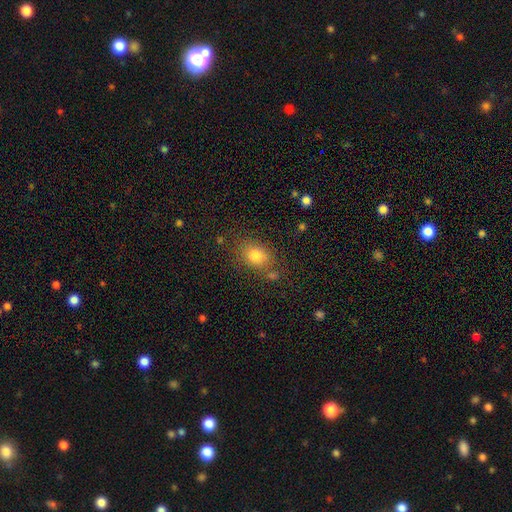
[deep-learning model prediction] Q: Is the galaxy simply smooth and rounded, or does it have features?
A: smooth — 79%.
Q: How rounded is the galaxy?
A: in between — 61%.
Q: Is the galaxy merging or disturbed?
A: none — 74%.